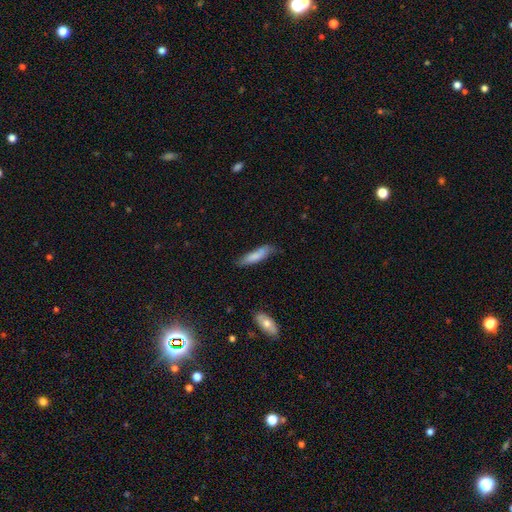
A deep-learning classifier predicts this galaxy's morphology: This appears to be a smooth galaxy with no disk features (77%) that is cigar-shaped (68%). Merging: none (64%).